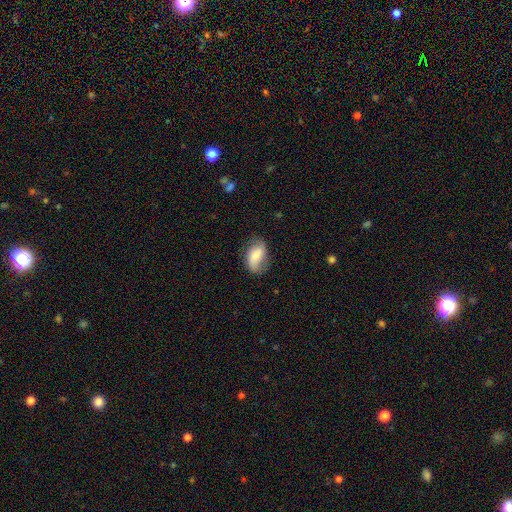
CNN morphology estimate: Smooth or featured: smooth — 64% (featured or disk — 28%)
How rounded: in between — 90% (round — 8%)
Merging: none — 64% (minor disturbance — 26%)